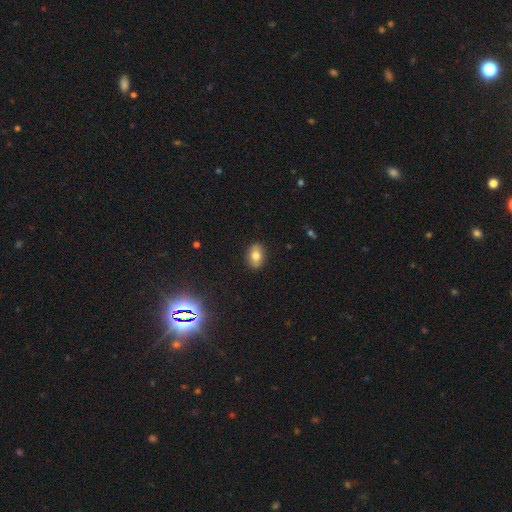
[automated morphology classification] type=smooth (76%); roundness=in between (75%); merging=none (88%).